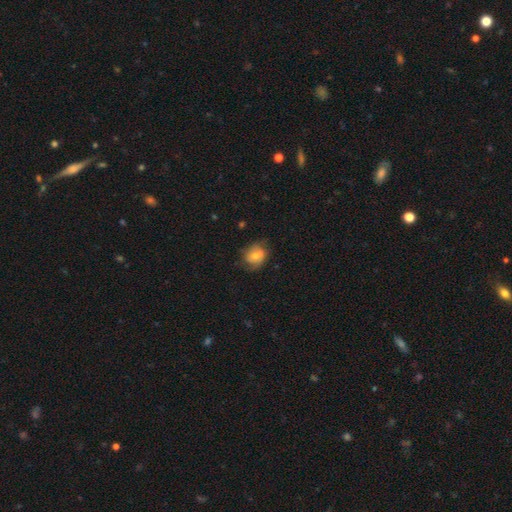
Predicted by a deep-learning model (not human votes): A smooth galaxy with no disk features (59%) that is round (56%).

Vote fractions:
- Smooth or featured? smooth: 59% / featured or disk: 32% / star or artifact: 9%
- How rounded? round: 56% / in between: 43% / cigar-shaped: 1%
- Merging? none: 59% / minor disturbance: 27% / major disturbance: 11% / merger: 3%